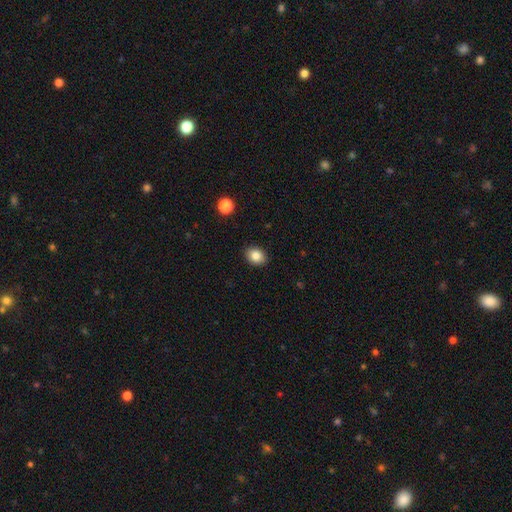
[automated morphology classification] type=smooth (85%); roundness=in between (55%); merging=none (90%).